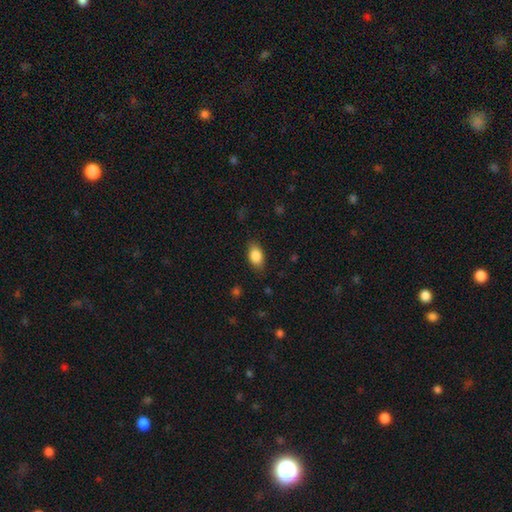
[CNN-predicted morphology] Q: Smooth or featured?
A: smooth (87%); runner-up: star or artifact (7%)
Q: How rounded?
A: in between (90%); runner-up: round (7%)
Q: Merging?
A: none (84%); runner-up: minor disturbance (12%)